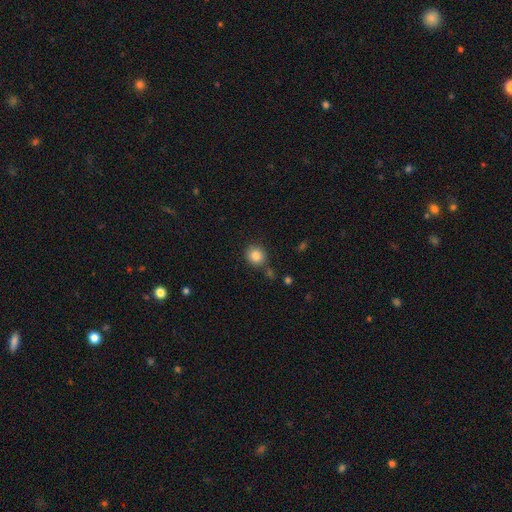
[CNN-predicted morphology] This is clearly a smooth galaxy (86%). How rounded: clearly round (86%). Merging: likely none (80%).